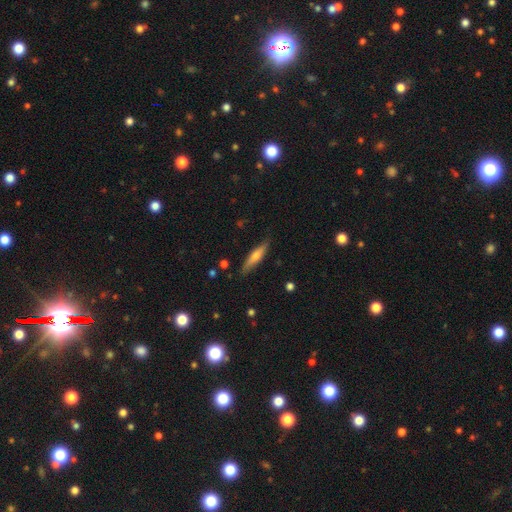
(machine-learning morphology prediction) A smooth galaxy with no disk features (51%) that is cigar-shaped (82%).

Vote fractions:
- Smooth or featured? smooth: 51% / featured or disk: 43% / star or artifact: 6%
- How rounded? cigar-shaped: 82% / in between: 16% / round: 2%
- Merging? none: 85% / minor disturbance: 12% / major disturbance: 2% / merger: 1%